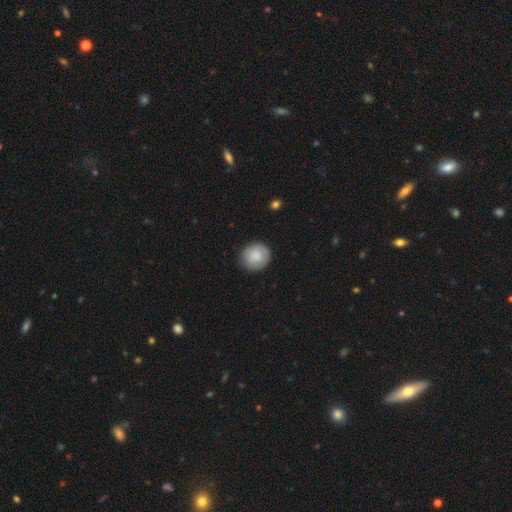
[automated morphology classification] Smooth or featured: smooth — 83% (featured or disk — 11%)
How rounded: round — 89% (in between — 10%)
Merging: none — 86% (minor disturbance — 11%)